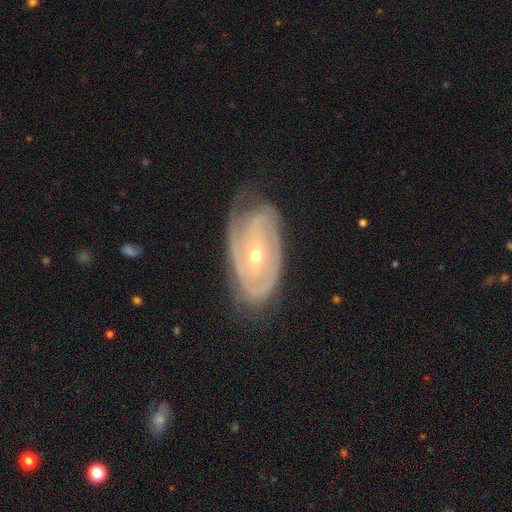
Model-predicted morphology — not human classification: Smooth or featured? featured or disk (85%)
Edge-on disk? no (94%)
Bar? no (52%)
Spiral arms? yes (93%)
Spiral winding? tight (66%)
Spiral arm count? 2 (43%)
Bulge size? small (56%)
Merging? none (64%)